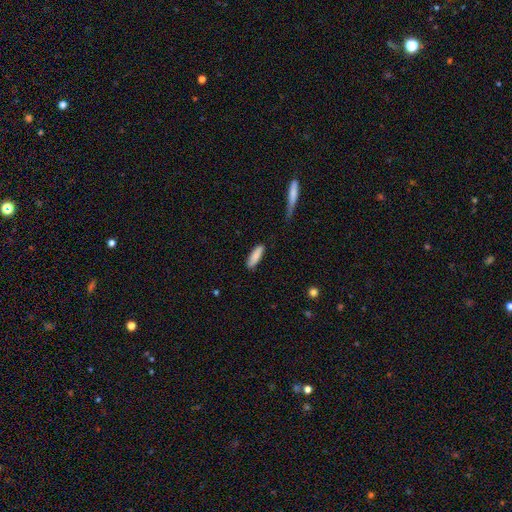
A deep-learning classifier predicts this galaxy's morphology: smooth-or-featured: smooth: 86% | featured or disk: 7% | star or artifact: 6%
  how-rounded: cigar-shaped: 52% | in between: 46% | round: 2%
  merging: none: 84% | minor disturbance: 12% | major disturbance: 2% | merger: 2%